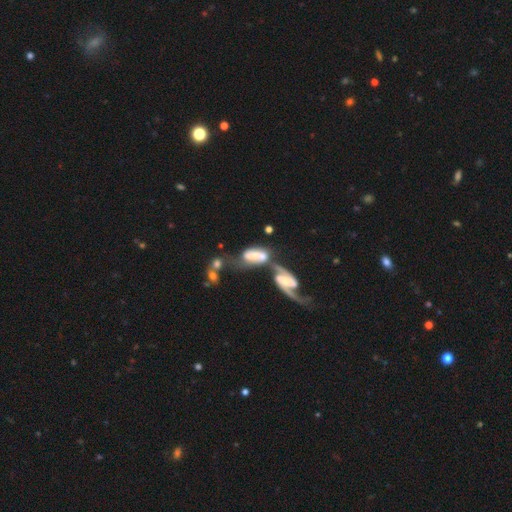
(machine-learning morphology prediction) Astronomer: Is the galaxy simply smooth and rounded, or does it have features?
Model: featured or disk — 65%.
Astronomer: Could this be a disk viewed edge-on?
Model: no — 92%.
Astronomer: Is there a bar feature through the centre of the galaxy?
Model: strong — 38% (runner-up: weak, 33%).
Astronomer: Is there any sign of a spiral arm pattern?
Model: yes — 75%.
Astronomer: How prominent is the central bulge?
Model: small — 34% (runner-up: moderate, 26%).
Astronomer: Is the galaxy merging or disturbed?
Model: merger — 66%.